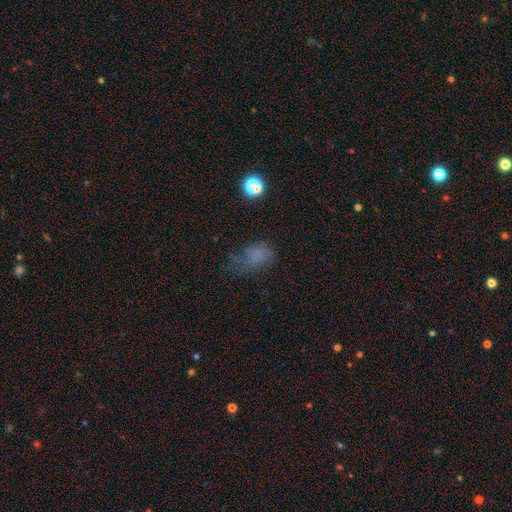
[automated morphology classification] Q: Smooth or featured?
A: smooth (62%); runner-up: star or artifact (22%)
Q: How rounded?
A: in between (73%); runner-up: round (25%)
Q: Merging?
A: none (41%); runner-up: minor disturbance (28%)